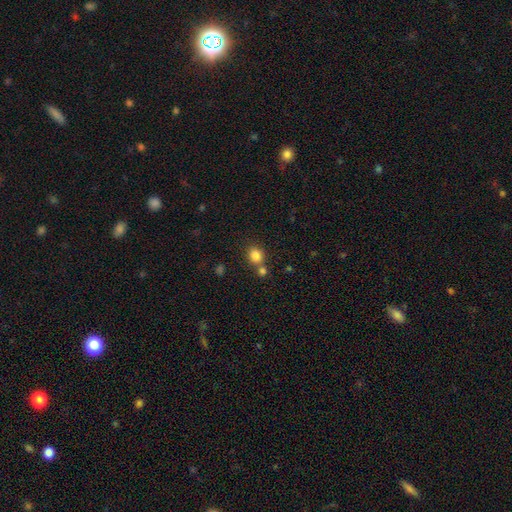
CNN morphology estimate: Smooth or featured?
  - smooth: 83% *
  - star or artifact: 11%
  - featured or disk: 6%
How rounded?
  - round: 77% *
  - in between: 22%
  - cigar-shaped: 1%
Merging?
  - none: 61% *
  - merger: 26%
  - minor disturbance: 9%
  - major disturbance: 3%